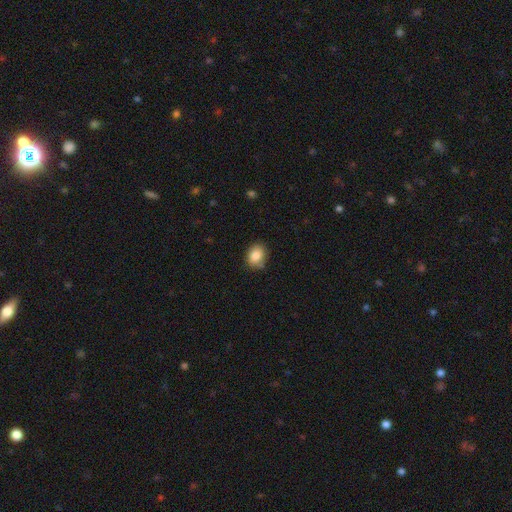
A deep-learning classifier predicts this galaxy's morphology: Overall: smooth (85%). How rounded: in between (55%; round 44%). Merging: none (74%).